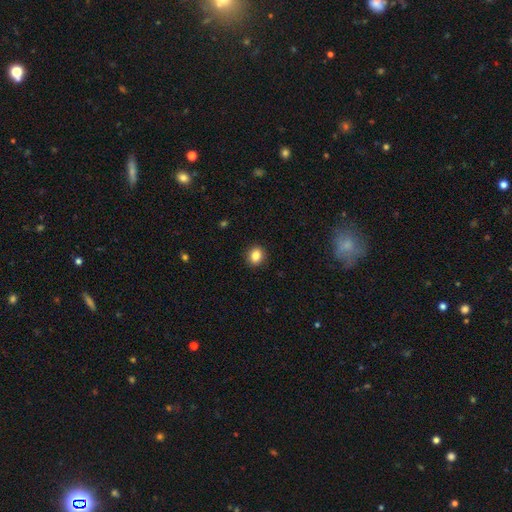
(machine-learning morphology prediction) Smooth or featured: smooth — 85% (star or artifact — 10%)
How rounded: round — 72% (in between — 27%)
Merging: none — 92% (minor disturbance — 6%)